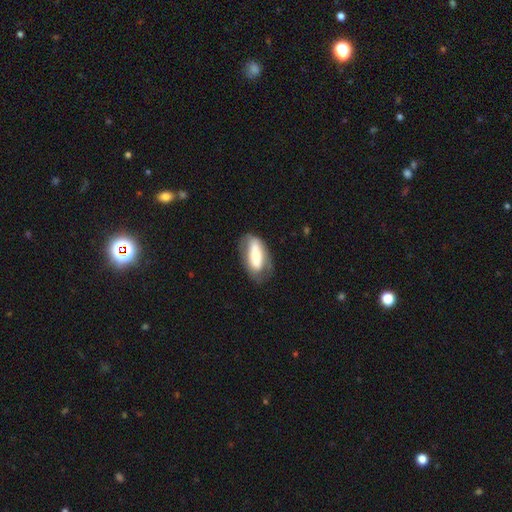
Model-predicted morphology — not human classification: smooth 58%, featured or disk 36%, star or artifact 6%. Down the decision tree: how rounded — in between (81%); merging — none (61%).